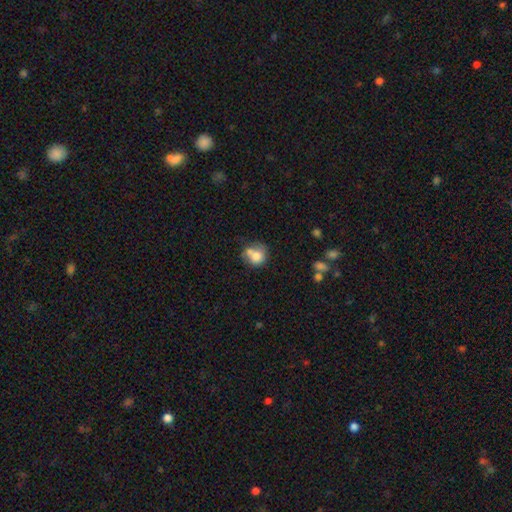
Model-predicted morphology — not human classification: Q: Smooth or featured?
A: smooth (74%); runner-up: featured or disk (17%)
Q: How rounded?
A: round (74%); runner-up: in between (25%)
Q: Merging?
A: merger (39%); runner-up: none (36%)